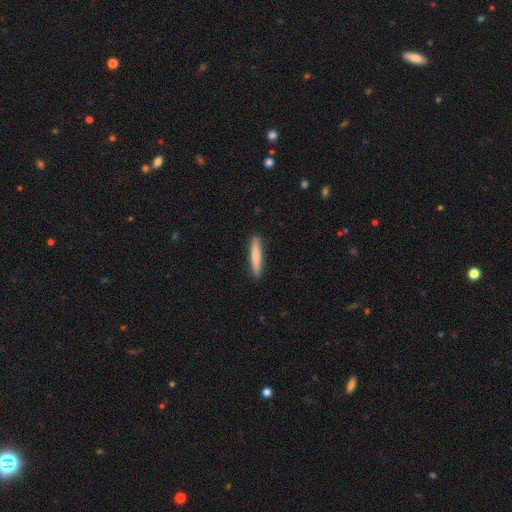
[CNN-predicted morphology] Smooth or featured: smooth — 75% (featured or disk — 20%)
How rounded: cigar-shaped — 93% (in between — 6%)
Merging: none — 90% (minor disturbance — 7%)